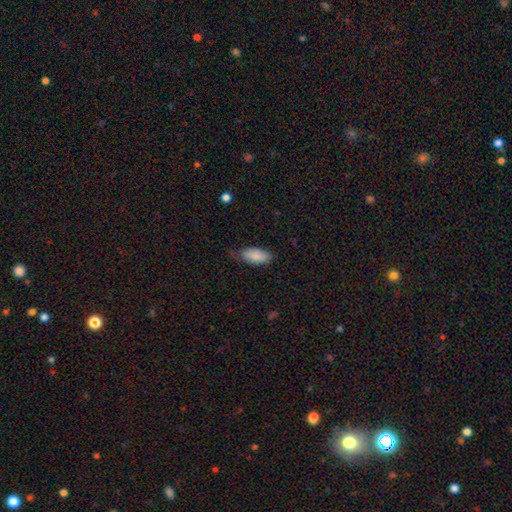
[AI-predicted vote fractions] A smooth galaxy with no disk features (86%) that is in between round and cigar-shaped (89%). Merging: none (63%).